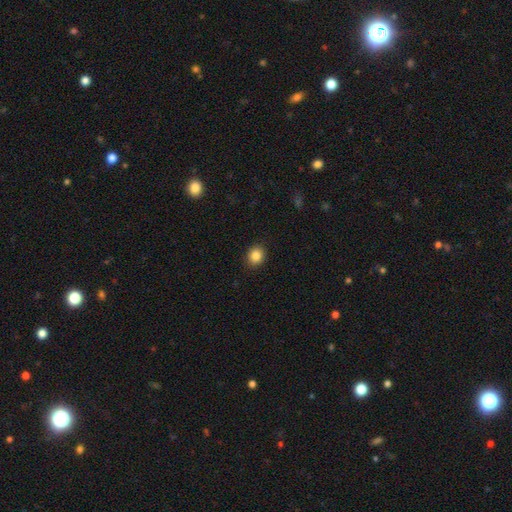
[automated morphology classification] smooth 86%, star or artifact 10%, featured or disk 5%. Down the decision tree: how rounded — round (68%); merging — none (90%).